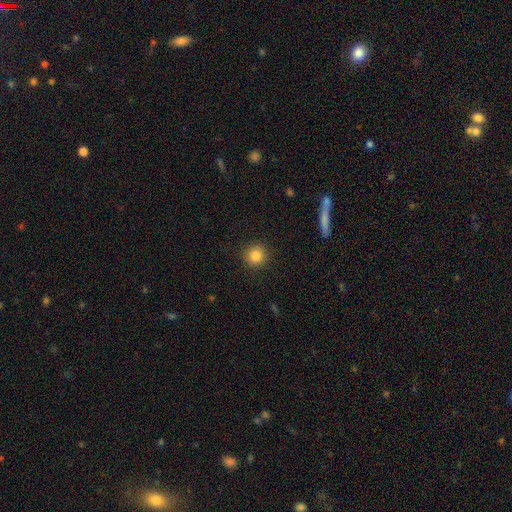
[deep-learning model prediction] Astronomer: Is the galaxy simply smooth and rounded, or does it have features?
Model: smooth — 83%.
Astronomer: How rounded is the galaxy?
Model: round — 93%.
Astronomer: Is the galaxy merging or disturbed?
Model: none — 91%.